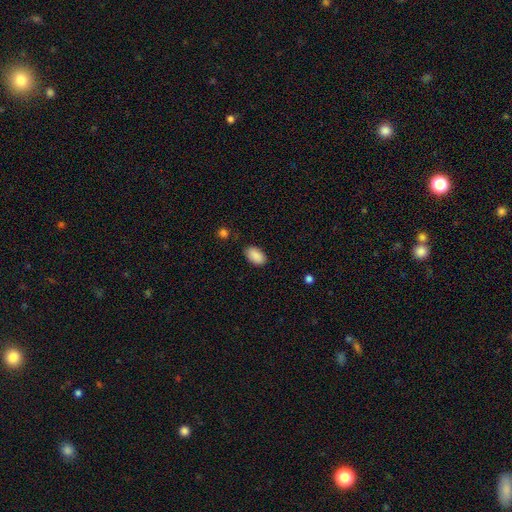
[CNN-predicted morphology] Q: Smooth or featured?
A: smooth (90%); runner-up: star or artifact (7%)
Q: How rounded?
A: in between (94%); runner-up: round (5%)
Q: Merging?
A: none (83%); runner-up: minor disturbance (13%)